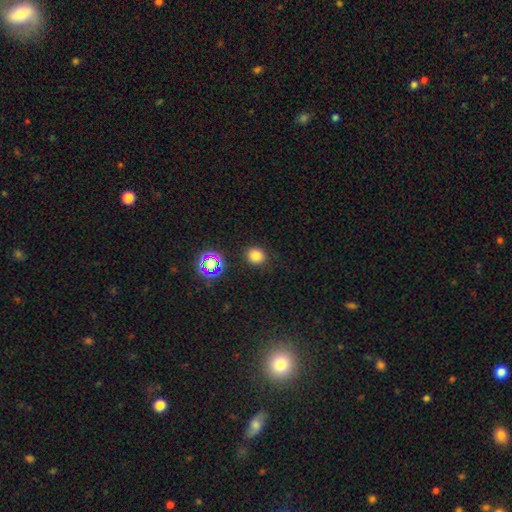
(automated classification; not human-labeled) Smooth or featured? Predicted: smooth (p=0.77). How rounded? Predicted: round (p=0.82). Merging? Predicted: none (p=0.86).